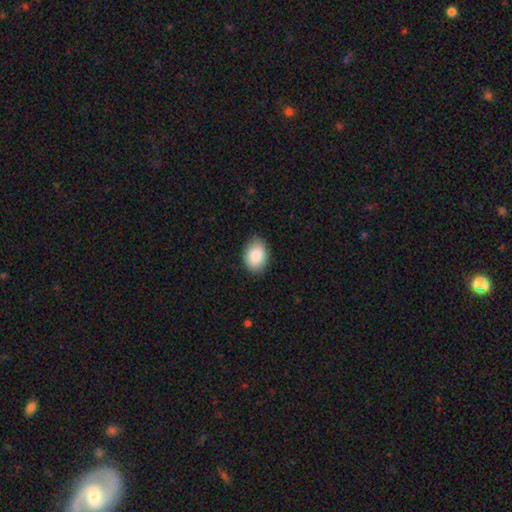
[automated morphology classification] Smooth or featured? Predicted: smooth (p=0.86). How rounded? Predicted: in between (p=0.77). Merging? Predicted: none (p=0.84).